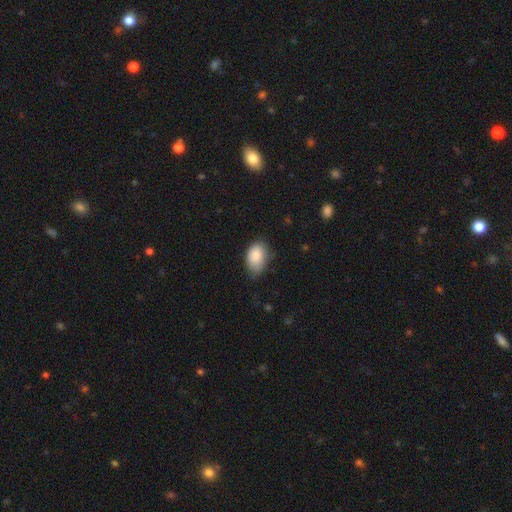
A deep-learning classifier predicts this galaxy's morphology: type=smooth (85%); roundness=in between (88%); merging=none (64%).